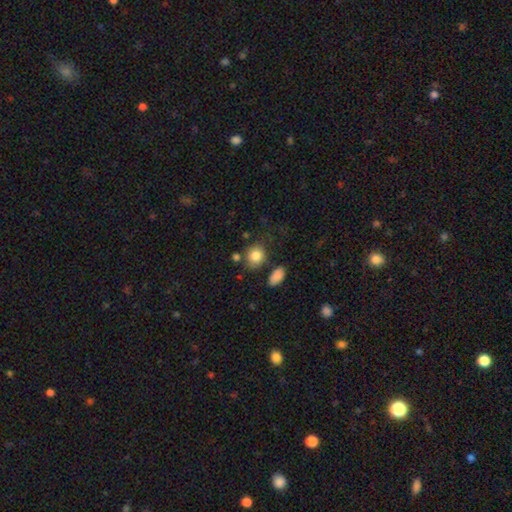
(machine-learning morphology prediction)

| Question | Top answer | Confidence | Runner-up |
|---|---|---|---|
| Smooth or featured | smooth | 83% | star or artifact (9%) |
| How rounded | round | 67% | in between (32%) |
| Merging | none | 72% | minor disturbance (15%) |